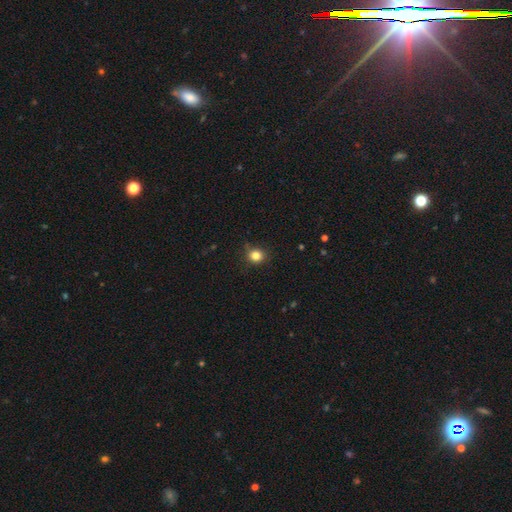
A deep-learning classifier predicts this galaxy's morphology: The model was most divided on "how rounded": round: 82%, in between: 17%, cigar-shaped: 1%. More confident: smooth or featured — smooth (83%); merging — none (82%).